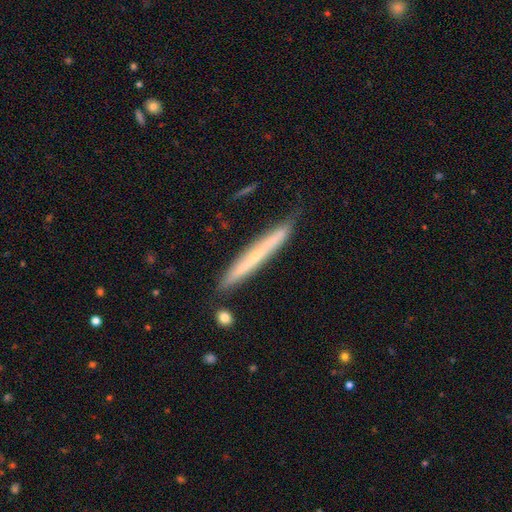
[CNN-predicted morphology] featured or disk 57%, smooth 37%, star or artifact 6%. Down the decision tree: edge-on disk — yes (93%); edge-on bulge — none (51%); merging — none (81%).